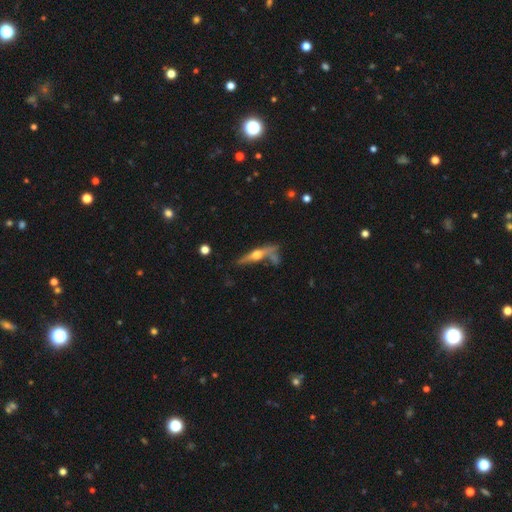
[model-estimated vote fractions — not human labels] featured or disk 68%, smooth 23%, star or artifact 9%. Down the decision tree: edge-on disk — yes (90%); edge-on bulge — rounded (93%); merging — none (53%).